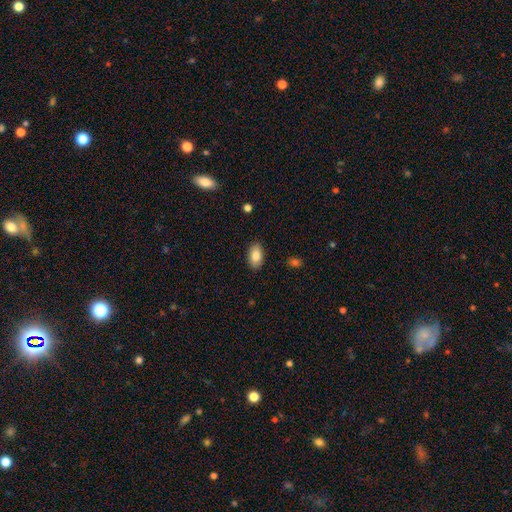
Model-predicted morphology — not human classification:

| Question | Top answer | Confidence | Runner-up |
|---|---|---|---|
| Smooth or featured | smooth | 85% | featured or disk (8%) |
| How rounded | in between | 93% | round (5%) |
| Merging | none | 87% | minor disturbance (10%) |